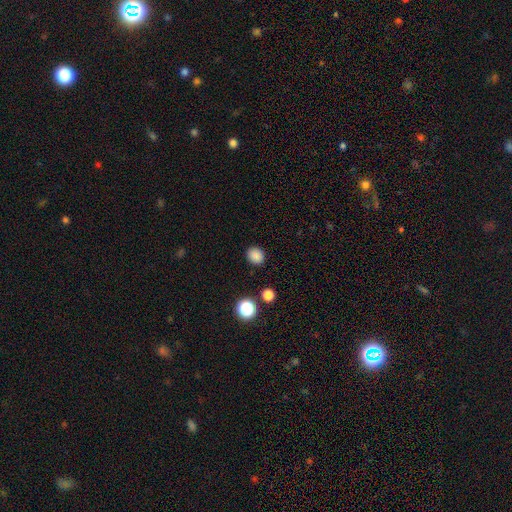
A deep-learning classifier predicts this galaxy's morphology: Overall: smooth (85%). How rounded: round (72%). Merging: none (88%).